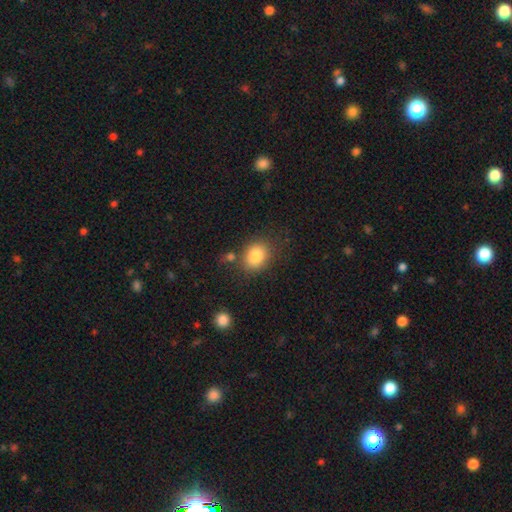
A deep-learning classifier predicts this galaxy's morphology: smooth-or-featured: smooth: 83% | star or artifact: 9% | featured or disk: 8%
  how-rounded: round: 51% | in between: 48% | cigar-shaped: 1%
  merging: none: 73% | minor disturbance: 14% | merger: 8% | major disturbance: 5%